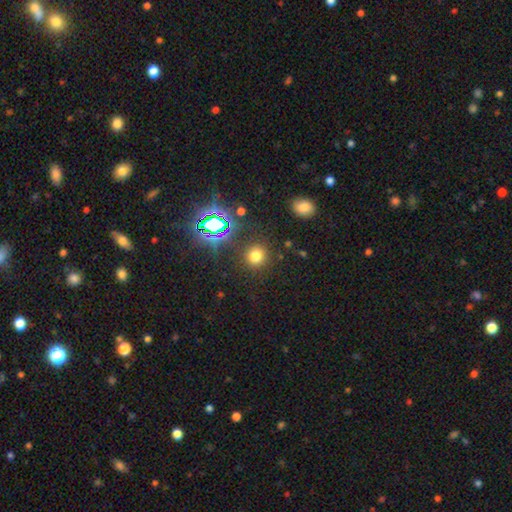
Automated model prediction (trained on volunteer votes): smooth_or_featured: smooth (p=0.70) [alt: star or artifact p=0.23]
how_rounded: round (p=0.88) [alt: in between p=0.10]
merging: none (p=0.87) [alt: minor disturbance p=0.07]